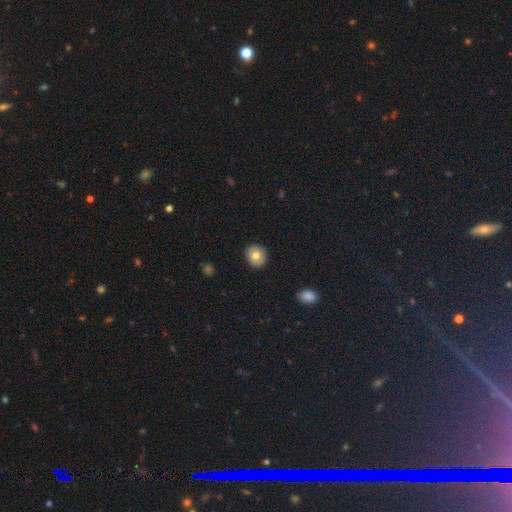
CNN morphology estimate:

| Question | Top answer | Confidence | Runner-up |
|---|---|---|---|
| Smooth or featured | smooth | 74% | featured or disk (18%) |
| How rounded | round | 76% | in between (23%) |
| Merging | none | 89% | minor disturbance (8%) |